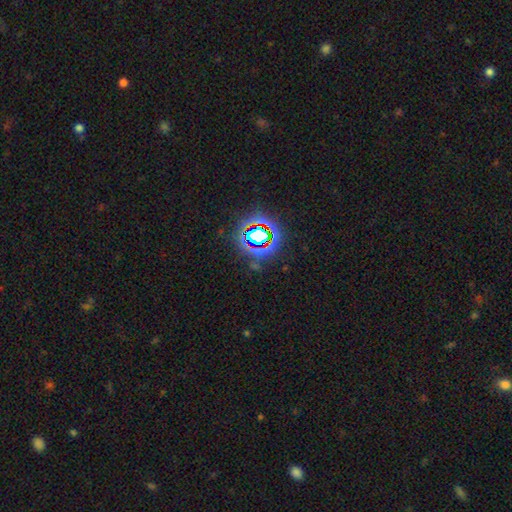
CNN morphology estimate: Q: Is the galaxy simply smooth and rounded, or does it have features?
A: star or artifact — 77%.